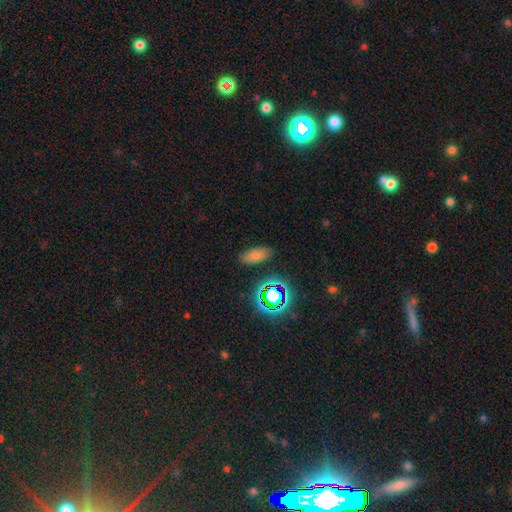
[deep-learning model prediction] Overall: smooth (71%). How rounded: in between (85%). Merging: none (85%).